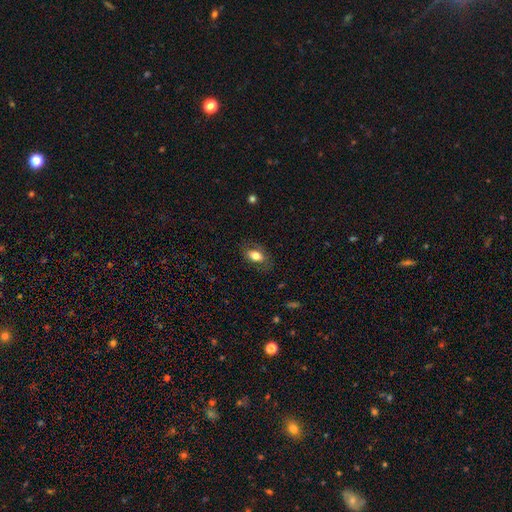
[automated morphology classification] Smooth or featured?
  - smooth: 75% *
  - featured or disk: 17%
  - star or artifact: 8%
How rounded?
  - in between: 88% *
  - round: 9%
  - cigar-shaped: 3%
Merging?
  - none: 76% *
  - minor disturbance: 16%
  - major disturbance: 6%
  - merger: 1%